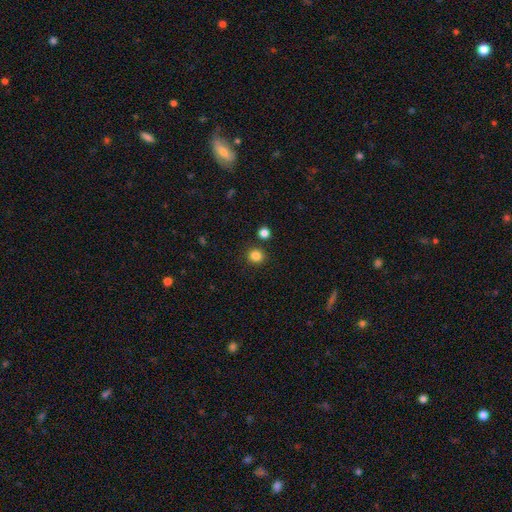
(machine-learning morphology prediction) Q: Smooth or featured?
A: smooth (84%); runner-up: star or artifact (12%)
Q: How rounded?
A: round (88%); runner-up: in between (11%)
Q: Merging?
A: none (86%); runner-up: minor disturbance (7%)